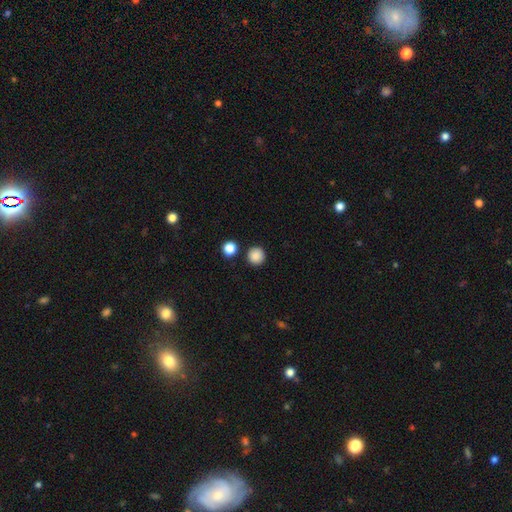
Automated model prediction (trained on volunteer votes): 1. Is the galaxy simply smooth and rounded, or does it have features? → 87% smooth, 10% star or artifact, 3% featured or disk.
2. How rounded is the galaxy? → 95% round, 4% in between, 1% cigar-shaped.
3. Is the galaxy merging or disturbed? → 89% none, 5% minor disturbance, 3% merger, 2% major disturbance.